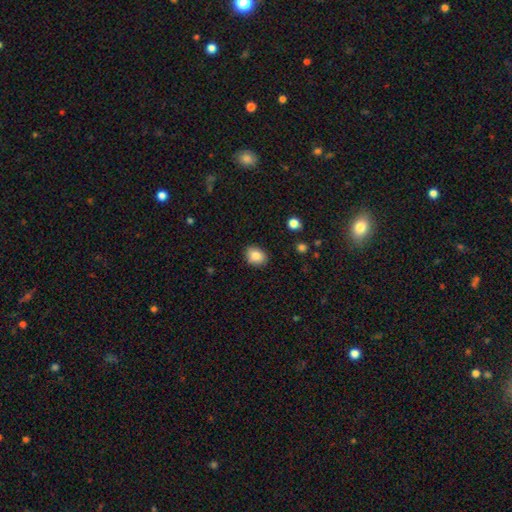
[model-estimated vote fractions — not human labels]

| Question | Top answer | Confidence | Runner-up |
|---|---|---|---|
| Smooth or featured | smooth | 84% | star or artifact (9%) |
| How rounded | in between | 55% | round (44%) |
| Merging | none | 86% | minor disturbance (11%) |